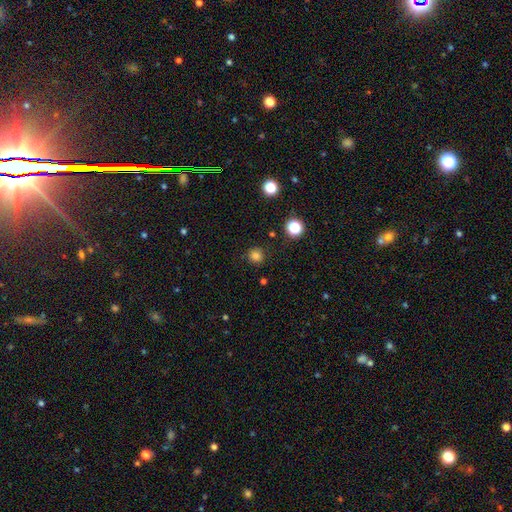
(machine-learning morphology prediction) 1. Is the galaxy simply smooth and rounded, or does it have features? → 81% smooth, 15% star or artifact, 4% featured or disk.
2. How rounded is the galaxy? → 92% round, 7% in between, 1% cigar-shaped.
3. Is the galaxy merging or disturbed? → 88% none, 8% minor disturbance, 3% major disturbance, 2% merger.